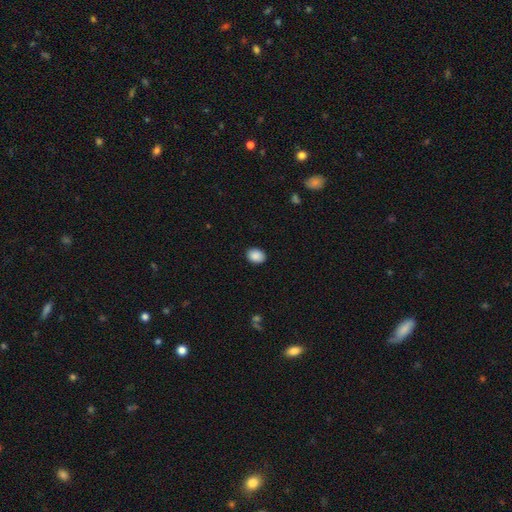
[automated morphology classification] Smooth or featured? smooth (89%)
How rounded? in between (64%)
Merging? none (89%)